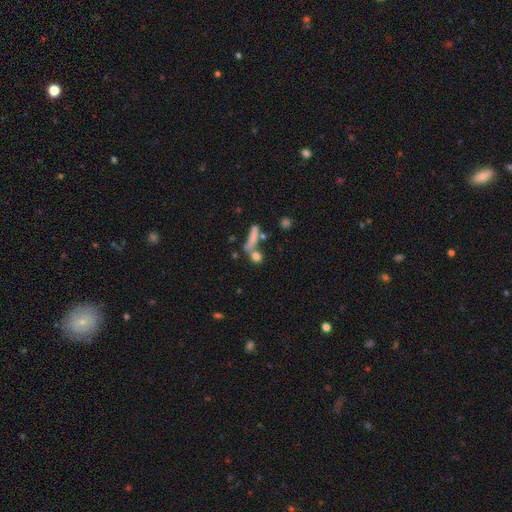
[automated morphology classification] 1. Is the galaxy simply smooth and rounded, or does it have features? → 73% smooth, 14% featured or disk, 13% star or artifact.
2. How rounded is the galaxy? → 49% round, 30% cigar-shaped, 21% in between.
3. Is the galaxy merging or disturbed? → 54% none, 27% merger, 11% minor disturbance, 7% major disturbance.